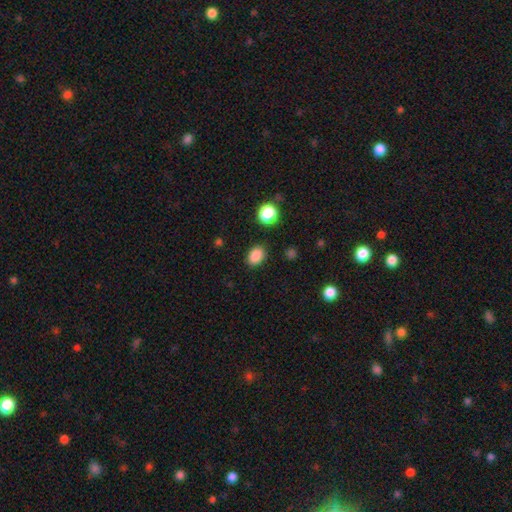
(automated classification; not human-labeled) This appears to be a smooth galaxy with no disk features (87%) that is in between round and cigar-shaped (76%). Merging: none (86%).